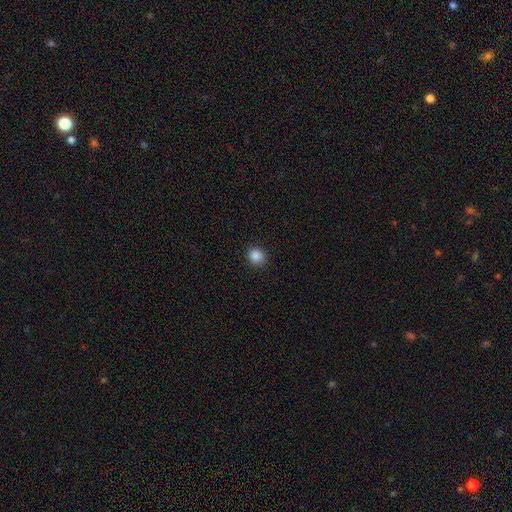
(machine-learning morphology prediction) Smooth or featured?
  - smooth: 87% *
  - star or artifact: 11%
  - featured or disk: 3%
How rounded?
  - round: 83% *
  - in between: 16%
  - cigar-shaped: 1%
Merging?
  - none: 91% *
  - minor disturbance: 6%
  - major disturbance: 2%
  - merger: 1%